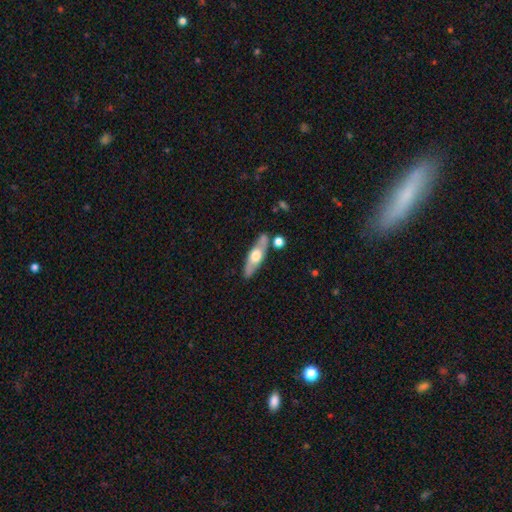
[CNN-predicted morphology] smooth_or_featured: featured or disk (p=0.51) [alt: smooth p=0.43]
disk_edge_on: yes (p=0.72) [alt: no p=0.28]
merging: none (p=0.76) [alt: minor disturbance p=0.12]